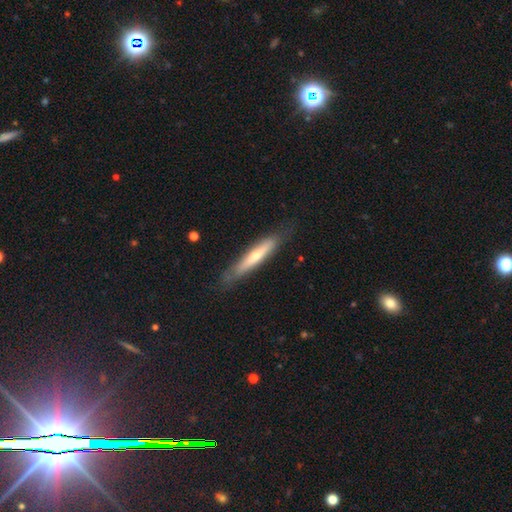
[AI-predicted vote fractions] Morphology: type=featured or disk (48%); merging=none (80%).